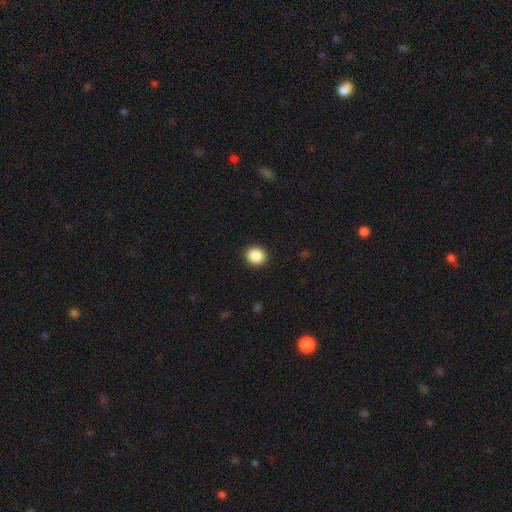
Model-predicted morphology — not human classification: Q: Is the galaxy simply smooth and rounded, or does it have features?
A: smooth — 88%.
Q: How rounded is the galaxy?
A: round — 86%.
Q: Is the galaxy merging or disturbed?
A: none — 92%.